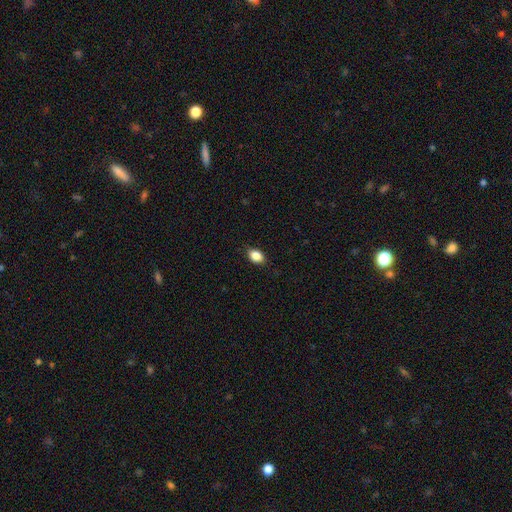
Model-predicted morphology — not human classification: Smooth or featured? Predicted: smooth (p=0.87). How rounded? Predicted: in between (p=0.84). Merging? Predicted: none (p=0.87).